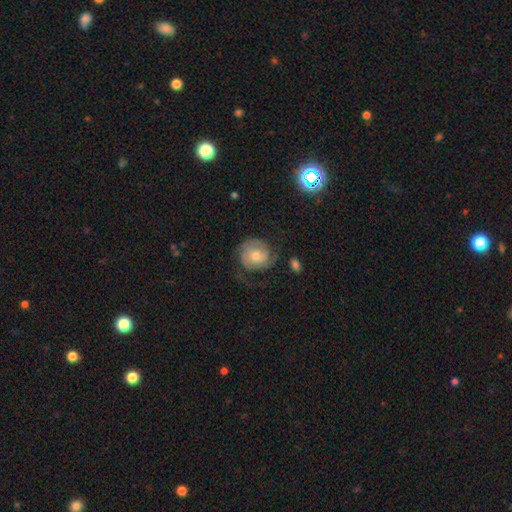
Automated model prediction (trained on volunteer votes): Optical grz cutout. It shows a featured or disk galaxy (65%) with no bar (72%), 2 (62%) tight (48%) spiral arms (89%) and a moderate central bulge (48%). Merging: none (56%).